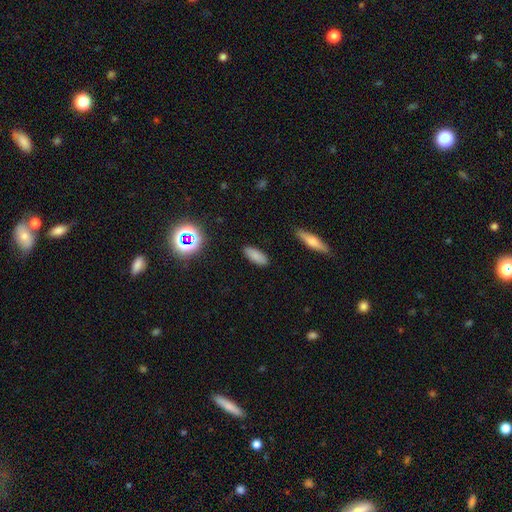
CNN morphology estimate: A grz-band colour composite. It shows a smooth galaxy with no disk features (83%) that is in between round and cigar-shaped (81%). Merging: none (88%).